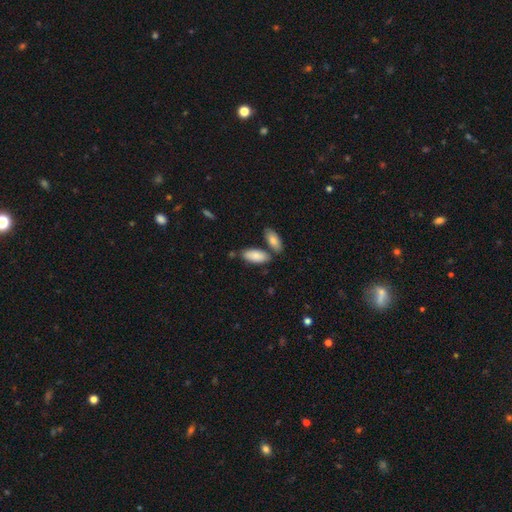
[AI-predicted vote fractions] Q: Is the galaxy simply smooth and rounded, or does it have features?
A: smooth — 84%.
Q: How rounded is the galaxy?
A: in between — 86%.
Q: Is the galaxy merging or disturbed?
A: none — 65%.